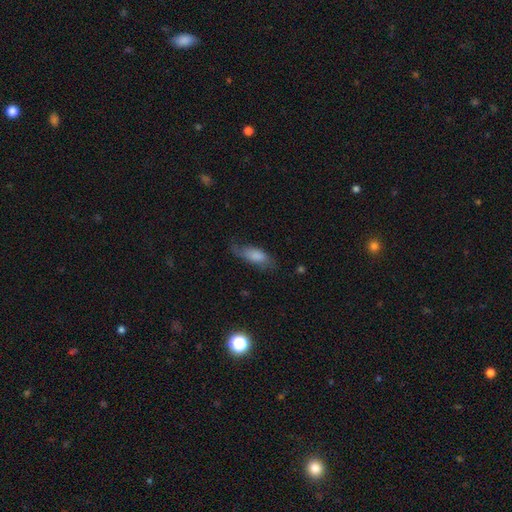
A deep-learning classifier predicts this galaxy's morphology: smooth 71%, featured or disk 22%, star or artifact 7%. Down the decision tree: how rounded — in between (77%); merging — none (55%).